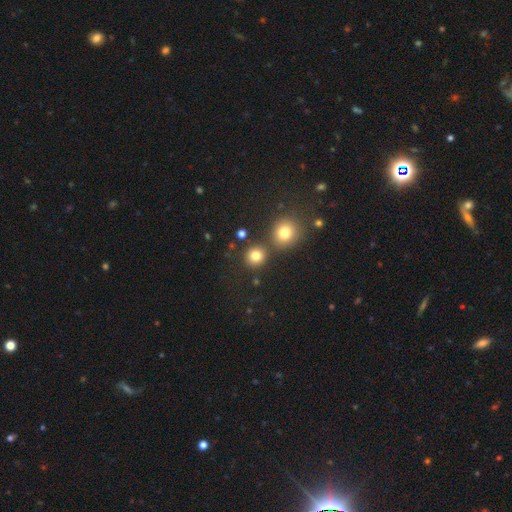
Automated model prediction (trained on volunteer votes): Overall: smooth (80%). How rounded: round (88%). Merging: none (76%).